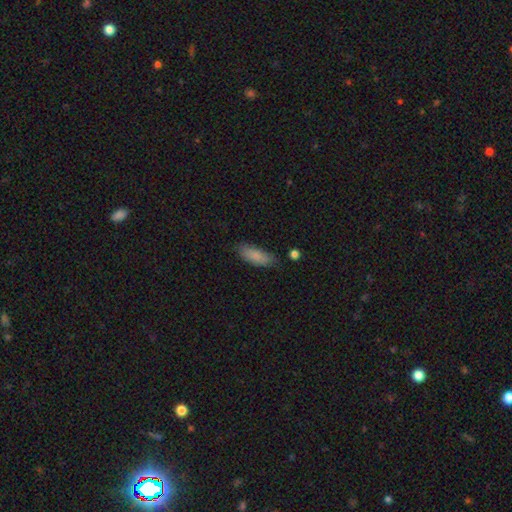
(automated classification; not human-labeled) This is clearly a smooth galaxy (86%). How rounded: likely in between (72%). Merging: likely none (76%).